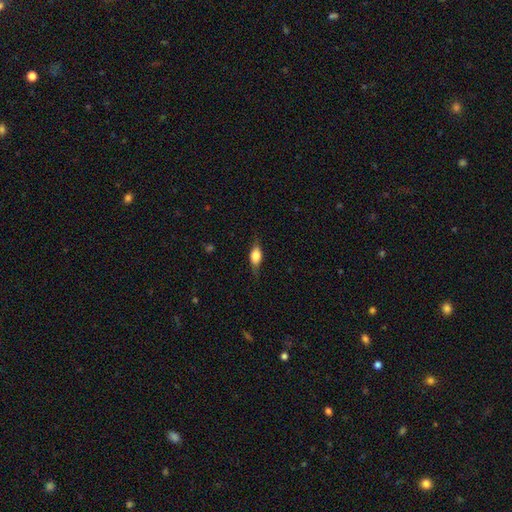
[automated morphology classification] Smooth or featured? Predicted: smooth (p=0.60). How rounded? Predicted: in between (p=0.72). Merging? Predicted: none (p=0.73).